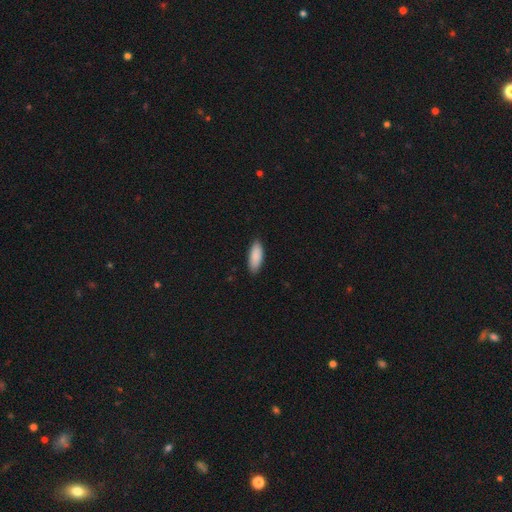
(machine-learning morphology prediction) Q: Smooth or featured?
A: smooth (90%); runner-up: star or artifact (5%)
Q: How rounded?
A: in between (76%); runner-up: cigar-shaped (23%)
Q: Merging?
A: none (86%); runner-up: minor disturbance (11%)